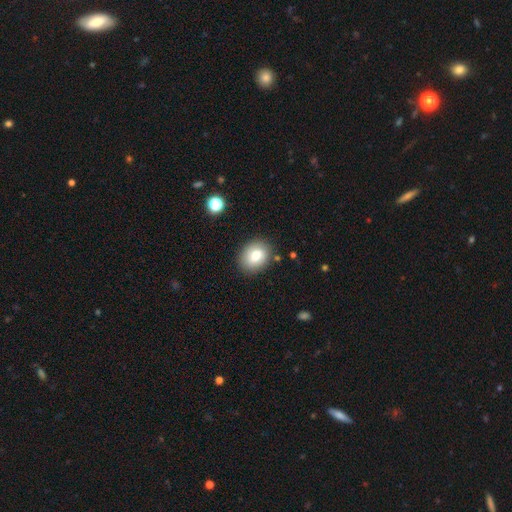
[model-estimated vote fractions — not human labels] This appears to be a smooth galaxy with no disk features (76%) that is in between round and cigar-shaped (50%). Merging: none (84%).